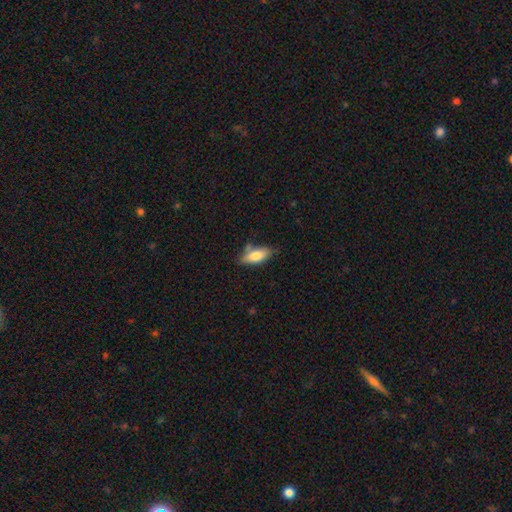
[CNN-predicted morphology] type=smooth (75%); roundness=in between (76%); merging=none (64%).